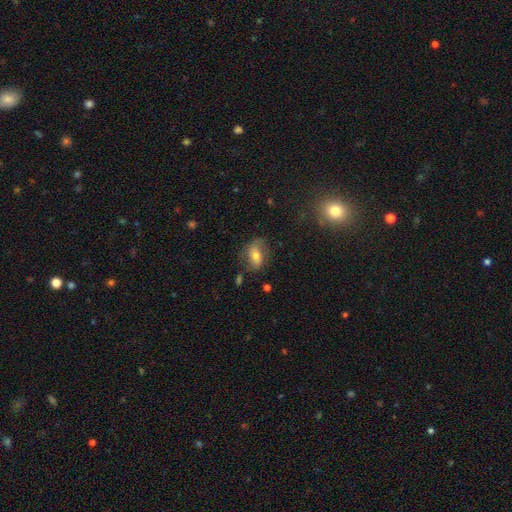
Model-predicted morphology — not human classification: Smooth or featured?
  - smooth: 59% *
  - featured or disk: 31%
  - star or artifact: 10%
How rounded?
  - in between: 81% *
  - round: 16%
  - cigar-shaped: 3%
Merging?
  - none: 65% *
  - minor disturbance: 22%
  - major disturbance: 10%
  - merger: 3%